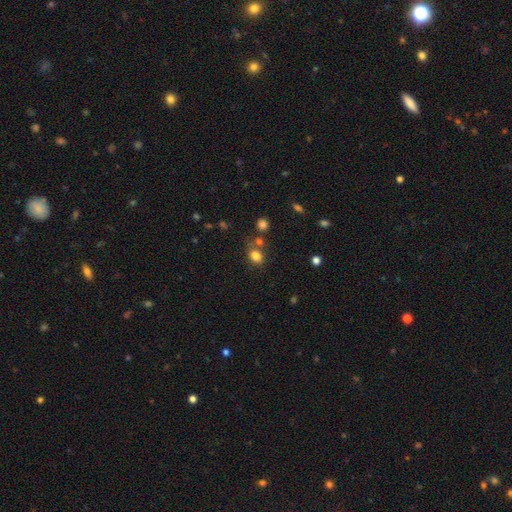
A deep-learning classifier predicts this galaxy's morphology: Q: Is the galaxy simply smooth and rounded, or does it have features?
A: smooth — 80%.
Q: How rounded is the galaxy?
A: in between — 62%.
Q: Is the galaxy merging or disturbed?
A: none — 62%.